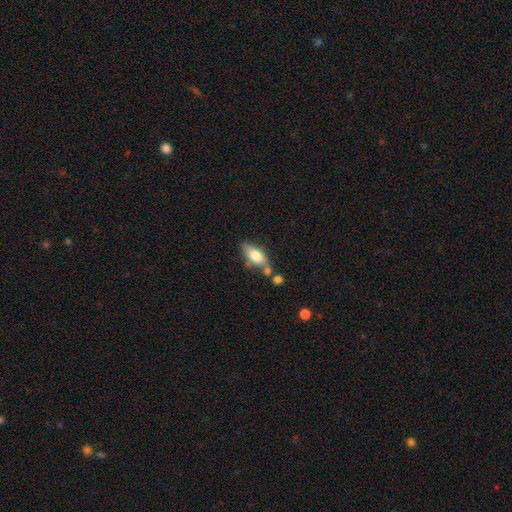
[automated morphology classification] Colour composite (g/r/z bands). It shows a smooth galaxy with no disk features (69%) that is in between round and cigar-shaped (76%). Merging: none (53%).